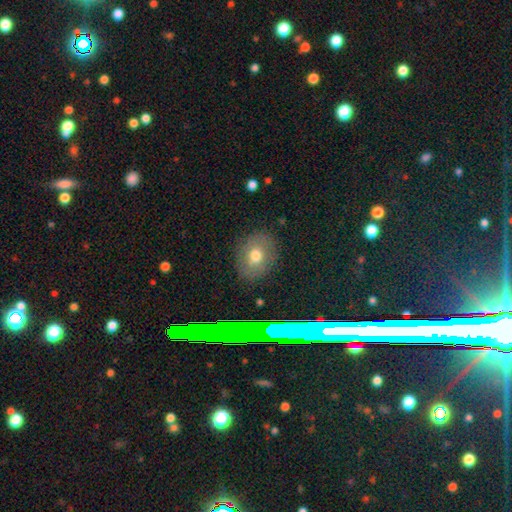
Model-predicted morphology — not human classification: Smooth or featured?
  - smooth: 69% *
  - featured or disk: 19%
  - star or artifact: 12%
How rounded?
  - in between: 55% *
  - round: 44%
  - cigar-shaped: 1%
Merging?
  - none: 84% *
  - minor disturbance: 11%
  - major disturbance: 4%
  - merger: 1%